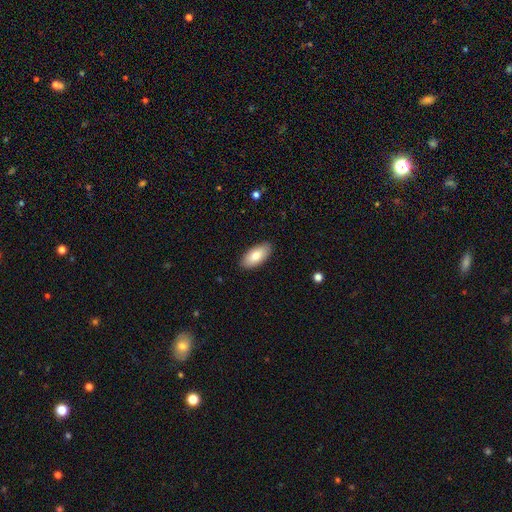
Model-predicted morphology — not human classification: A smooth galaxy with no disk features (82%) that is in between round and cigar-shaped (91%). Merging: none (89%).